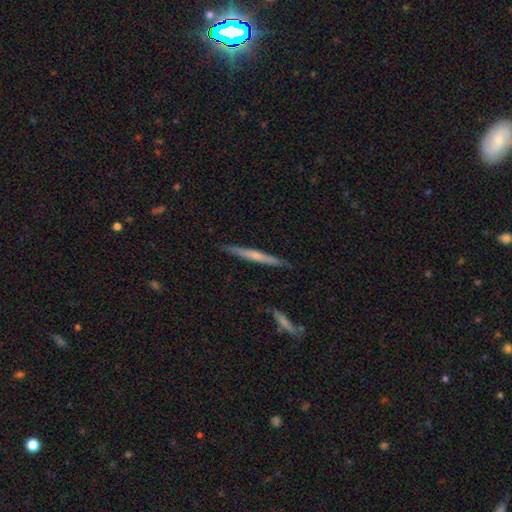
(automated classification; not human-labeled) Q: Smooth or featured?
A: featured or disk (54%); runner-up: smooth (40%)
Q: Edge-on disk?
A: yes (96%); runner-up: no (4%)
Q: Edge-on bulge?
A: none (52%); runner-up: rounded (42%)
Q: Merging?
A: none (89%); runner-up: minor disturbance (8%)